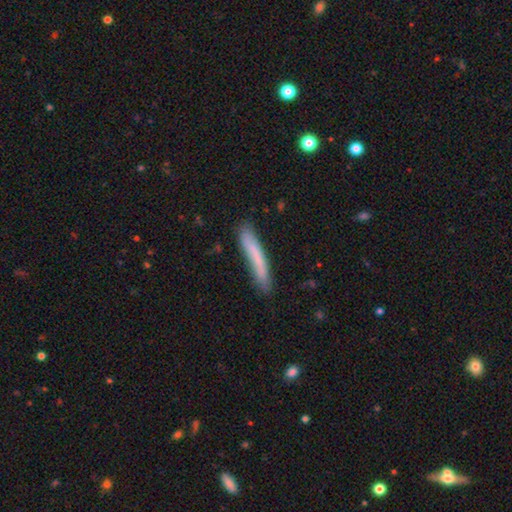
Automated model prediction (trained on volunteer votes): Q: Smooth or featured?
A: smooth (70%); runner-up: featured or disk (23%)
Q: How rounded?
A: cigar-shaped (94%); runner-up: in between (5%)
Q: Merging?
A: none (74%); runner-up: minor disturbance (19%)